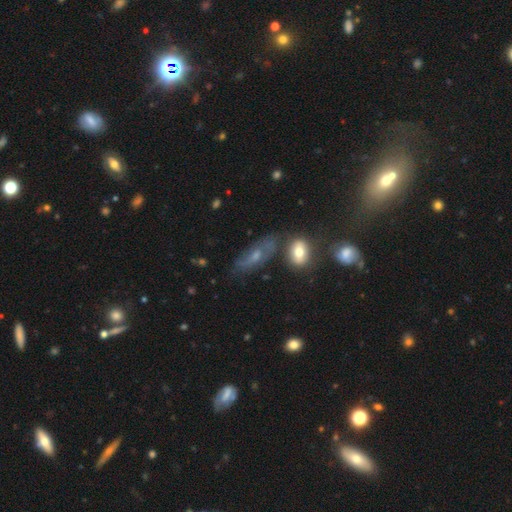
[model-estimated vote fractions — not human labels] This appears to be a featured or disk galaxy (48%). Merging: none (61%).